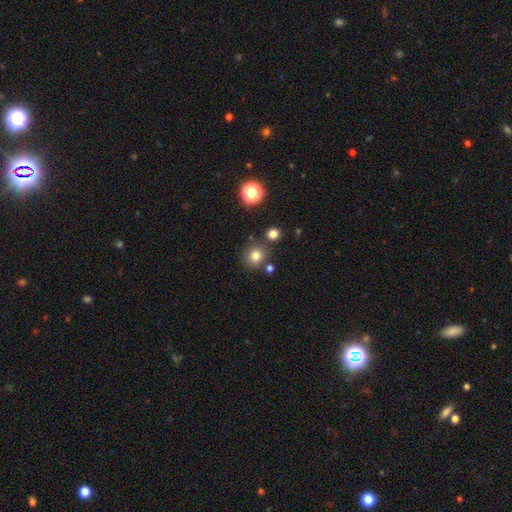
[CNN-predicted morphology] smooth_or_featured: smooth (p=0.77) [alt: star or artifact p=0.15]
how_rounded: round (p=0.89) [alt: in between p=0.10]
merging: none (p=0.79) [alt: minor disturbance p=0.09]